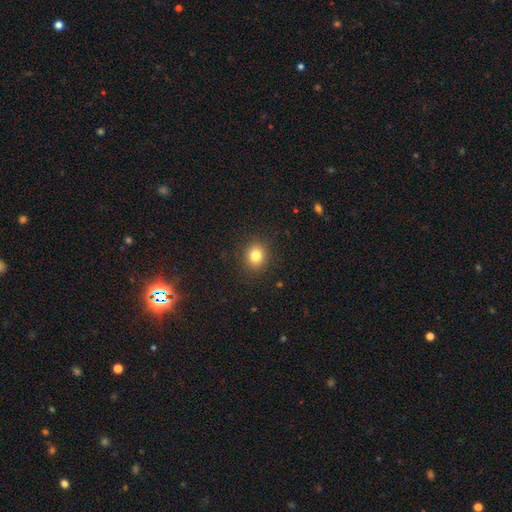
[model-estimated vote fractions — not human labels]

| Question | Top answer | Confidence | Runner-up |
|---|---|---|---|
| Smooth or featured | smooth | 82% | star or artifact (11%) |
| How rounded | round | 78% | in between (21%) |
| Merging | none | 90% | minor disturbance (7%) |